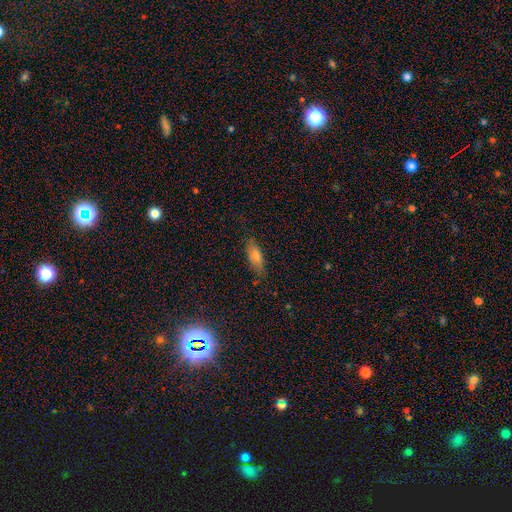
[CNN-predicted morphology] type=smooth (65%); roundness=in between (63%); merging=none (80%).